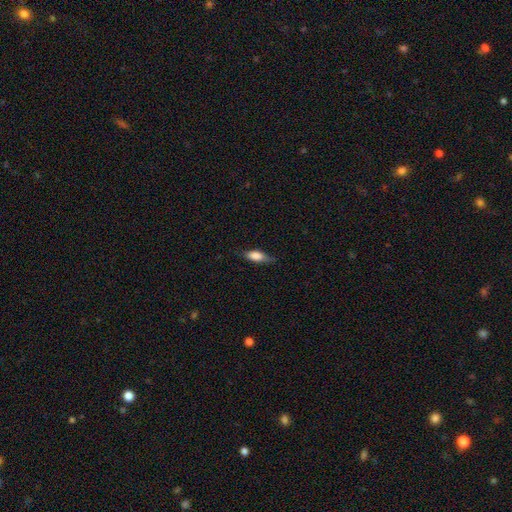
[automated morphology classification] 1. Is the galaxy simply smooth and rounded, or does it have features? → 73% smooth, 20% featured or disk, 7% star or artifact.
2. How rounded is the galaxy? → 71% in between, 26% cigar-shaped, 3% round.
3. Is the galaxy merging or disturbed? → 70% none, 24% minor disturbance, 5% major disturbance, 1% merger.